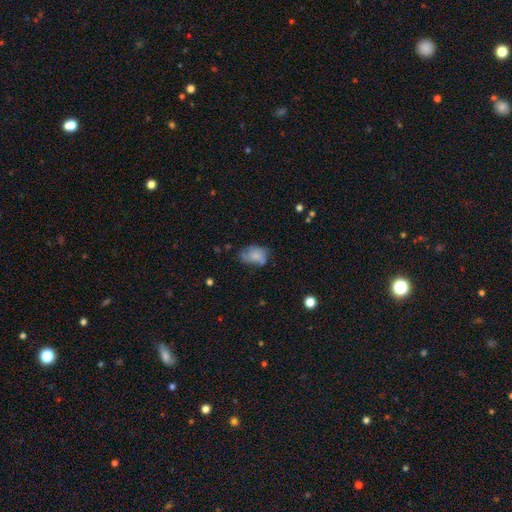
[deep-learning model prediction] smooth-or-featured: smooth: 63% | featured or disk: 28% | star or artifact: 10%
  how-rounded: in between: 80% | round: 19% | cigar-shaped: 1%
  merging: none: 46% | minor disturbance: 32% | major disturbance: 17% | merger: 5%